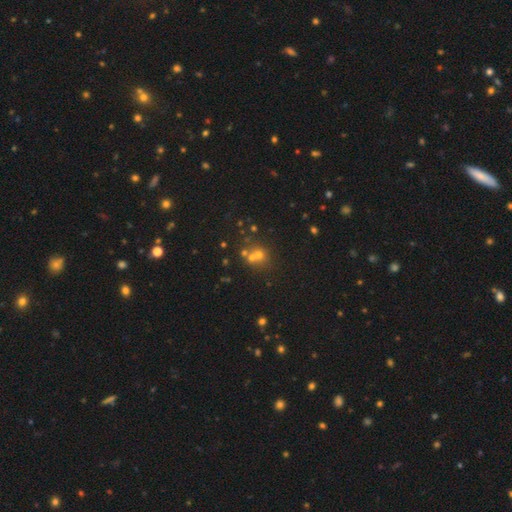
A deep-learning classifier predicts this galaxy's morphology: Q: Smooth or featured?
A: smooth (56%); runner-up: star or artifact (24%)
Q: How rounded?
A: round (83%); runner-up: in between (16%)
Q: Merging?
A: none (46%); runner-up: merger (42%)